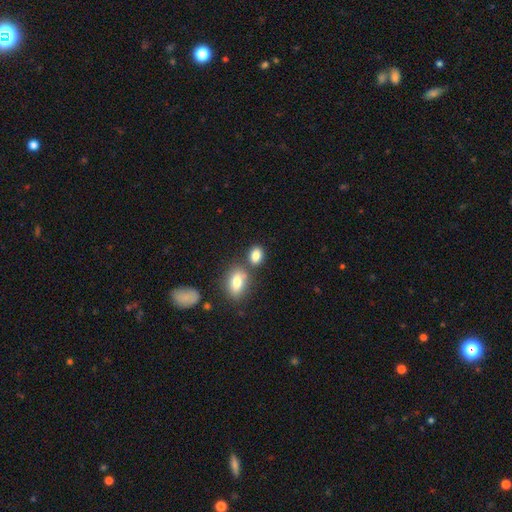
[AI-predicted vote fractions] A smooth galaxy with no disk features (84%) that is in between round and cigar-shaped (72%).

Vote fractions:
- Smooth or featured? smooth: 84% / star or artifact: 10% / featured or disk: 6%
- How rounded? in between: 72% / round: 26% / cigar-shaped: 2%
- Merging? none: 65% / merger: 19% / minor disturbance: 13% / major disturbance: 4%